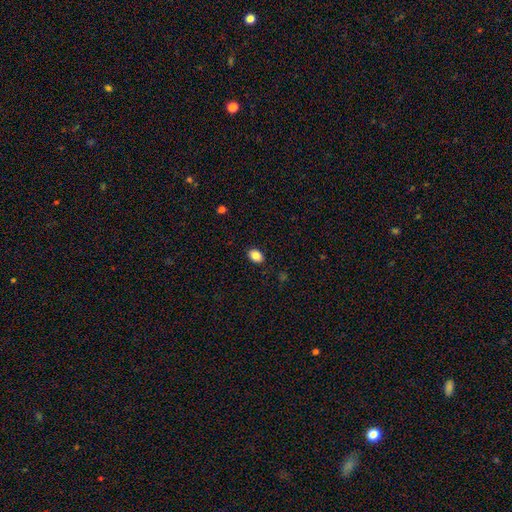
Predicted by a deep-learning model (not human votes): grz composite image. It shows a smooth galaxy with no disk features (85%) that is in between round and cigar-shaped (78%). Merging: none (88%).